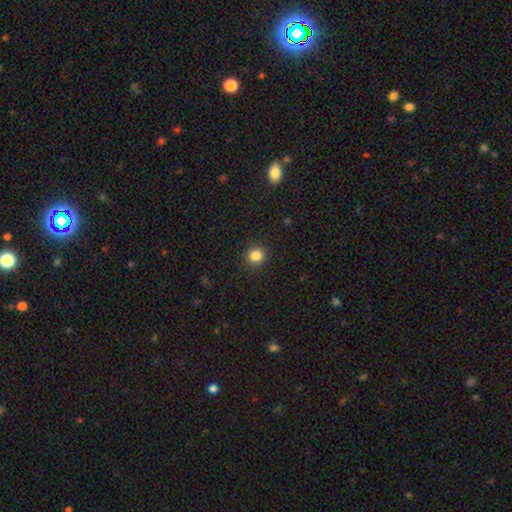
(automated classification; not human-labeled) A smooth galaxy with no disk features (84%) that is round (91%).

Vote fractions:
- Smooth or featured? smooth: 84% / star or artifact: 12% / featured or disk: 4%
- How rounded? round: 91% / in between: 8% / cigar-shaped: 1%
- Merging? none: 91% / minor disturbance: 6% / major disturbance: 2% / merger: 1%